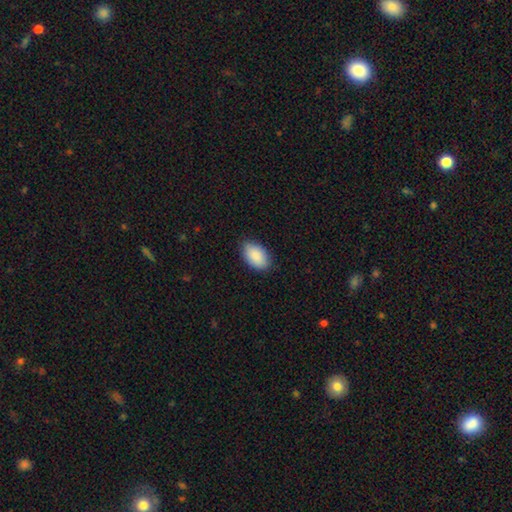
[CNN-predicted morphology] The model was most divided on "merging": none: 85%, minor disturbance: 12%, major disturbance: 2%, merger: 1%. More confident: how rounded — in between (94%); smooth or featured — smooth (90%).